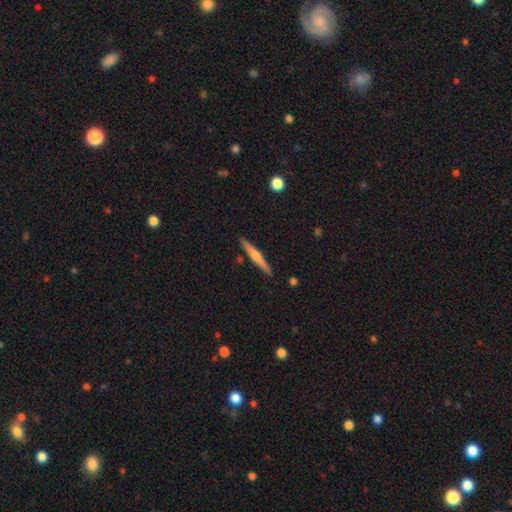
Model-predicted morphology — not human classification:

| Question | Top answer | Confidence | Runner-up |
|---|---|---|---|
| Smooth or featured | featured or disk | 64% | smooth (30%) |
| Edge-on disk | yes | 98% | no (2%) |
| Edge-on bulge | rounded | 81% | none (11%) |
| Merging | none | 91% | minor disturbance (6%) |